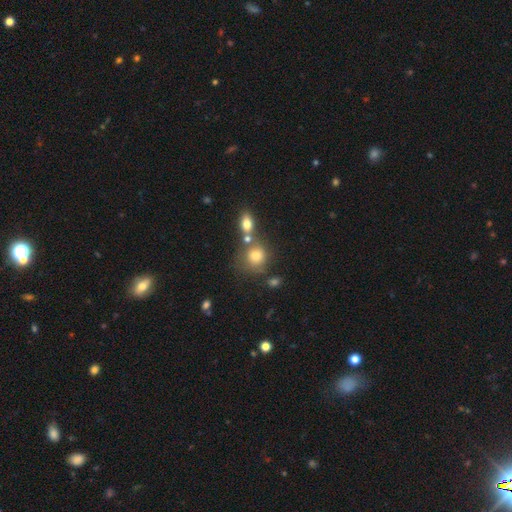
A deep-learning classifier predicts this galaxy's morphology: type=smooth (76%); roundness=round (77%); merging=none (48%).